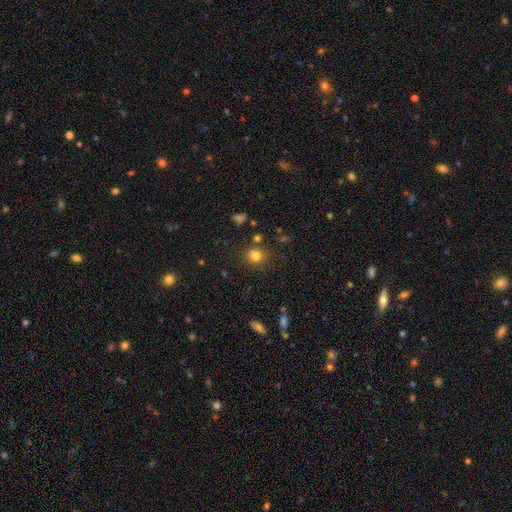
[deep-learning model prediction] Smooth or featured?
  - smooth: 79% *
  - star or artifact: 14%
  - featured or disk: 7%
How rounded?
  - round: 79% *
  - in between: 20%
  - cigar-shaped: 1%
Merging?
  - none: 78% *
  - minor disturbance: 12%
  - merger: 7%
  - major disturbance: 4%